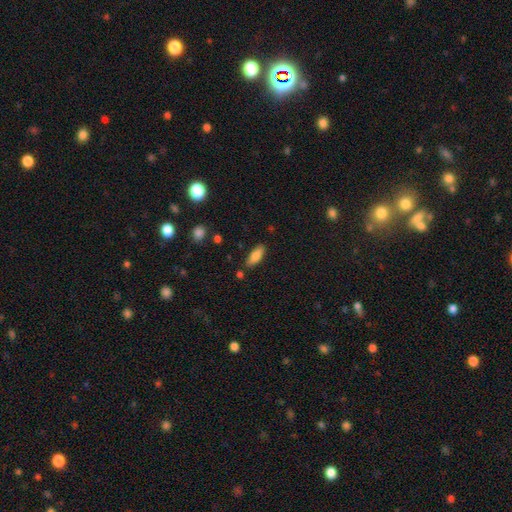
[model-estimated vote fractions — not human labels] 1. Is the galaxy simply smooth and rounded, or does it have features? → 82% smooth, 11% featured or disk, 7% star or artifact.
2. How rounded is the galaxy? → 72% in between, 25% cigar-shaped, 2% round.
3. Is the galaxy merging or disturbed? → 81% none, 13% minor disturbance, 4% merger, 3% major disturbance.